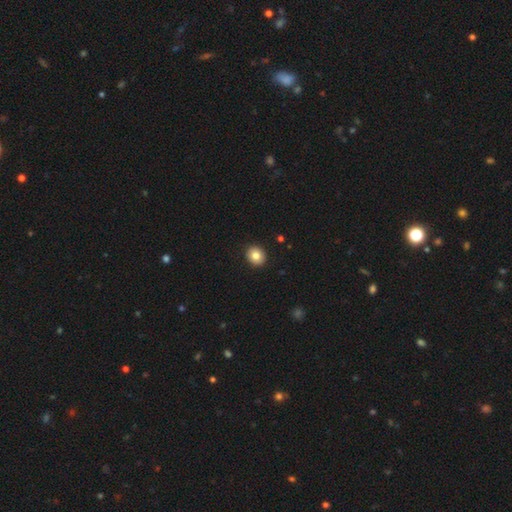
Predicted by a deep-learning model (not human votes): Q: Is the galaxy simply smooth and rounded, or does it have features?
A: smooth — 83%.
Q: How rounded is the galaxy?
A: round — 75%.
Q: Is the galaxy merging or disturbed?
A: none — 92%.